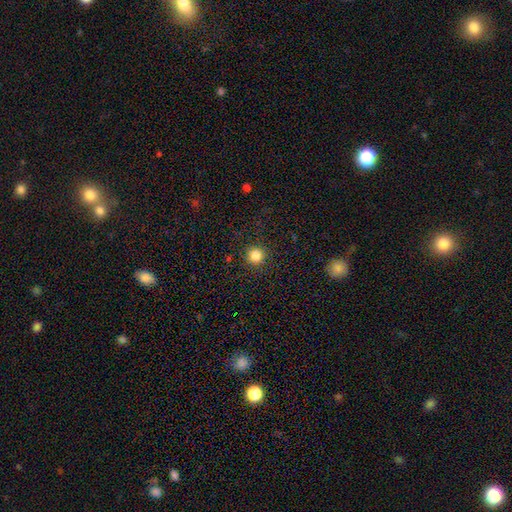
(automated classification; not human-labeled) Q: Smooth or featured?
A: smooth (83%); runner-up: star or artifact (13%)
Q: How rounded?
A: round (95%); runner-up: in between (4%)
Q: Merging?
A: none (91%); runner-up: minor disturbance (5%)